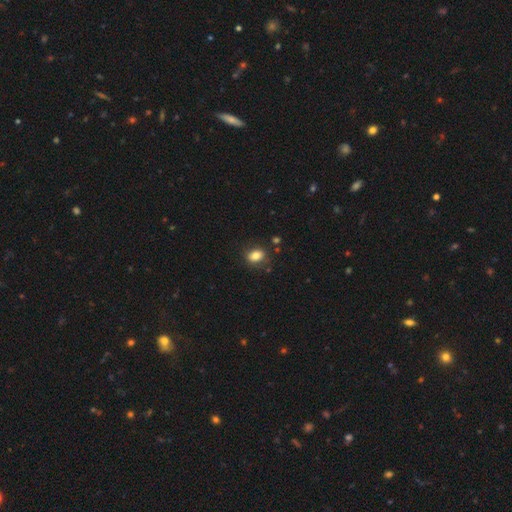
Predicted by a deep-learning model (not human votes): Smooth or featured? smooth (81%)
How rounded? in between (63%)
Merging? none (80%)